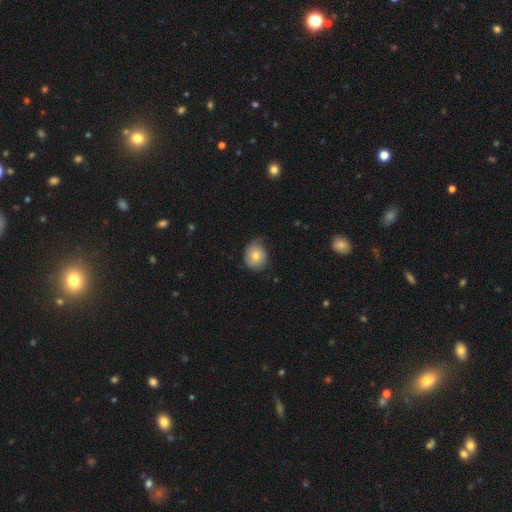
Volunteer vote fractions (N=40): Smooth or featured? 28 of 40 (70%) said smooth. How rounded? 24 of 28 (86%) said round. Merging? 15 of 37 (41%, tied with minor disturbance) said none.